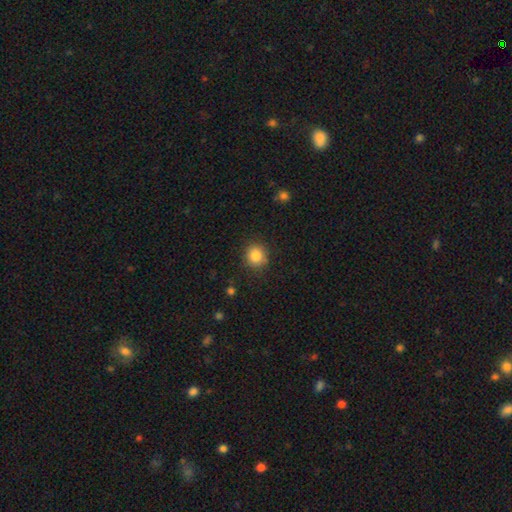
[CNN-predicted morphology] smooth_or_featured: smooth (p=0.85) [alt: star or artifact p=0.10]
how_rounded: round (p=0.85) [alt: in between p=0.14]
merging: none (p=0.86) [alt: minor disturbance p=0.10]